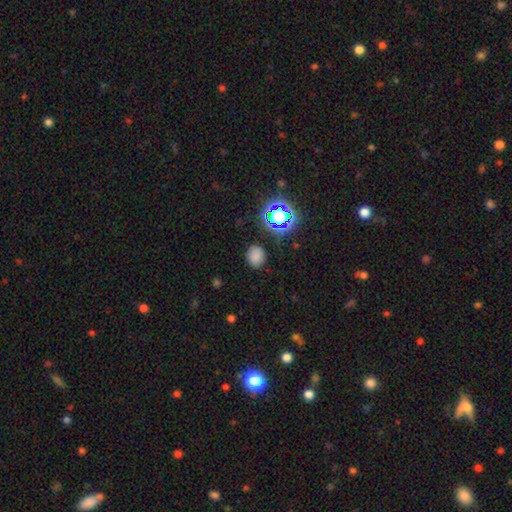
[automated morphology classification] Smooth or featured? Predicted: smooth (p=0.74). How rounded? Predicted: round (p=0.62). Merging? Predicted: none (p=0.84).